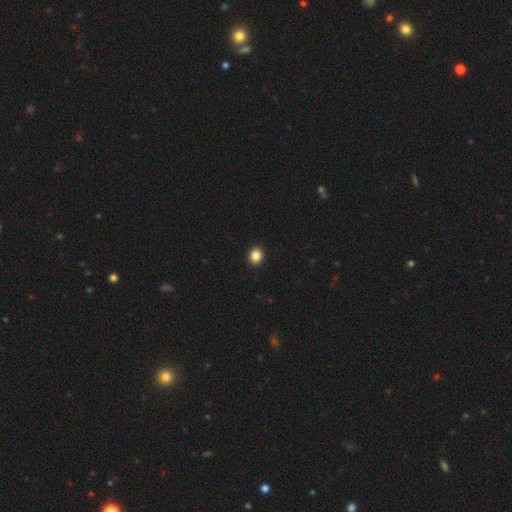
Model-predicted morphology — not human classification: Smooth or featured: smooth — 86% (star or artifact — 10%)
How rounded: round — 76% (in between — 23%)
Merging: none — 93% (minor disturbance — 5%)